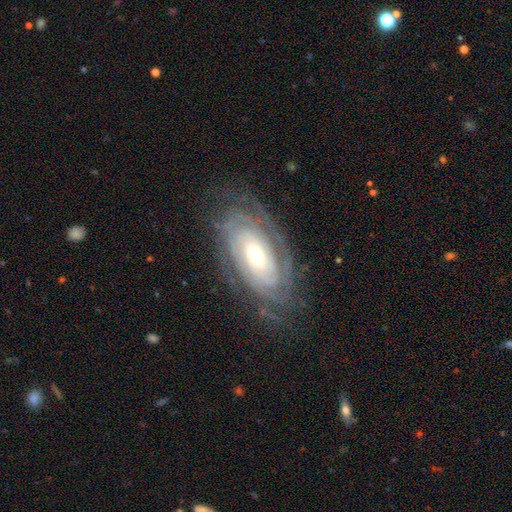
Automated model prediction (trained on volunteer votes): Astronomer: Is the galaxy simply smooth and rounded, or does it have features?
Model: featured or disk — 87%.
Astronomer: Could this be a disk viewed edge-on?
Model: no — 94%.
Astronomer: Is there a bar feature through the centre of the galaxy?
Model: no — 60%.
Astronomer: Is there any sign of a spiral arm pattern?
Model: yes — 96%.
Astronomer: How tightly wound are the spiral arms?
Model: tight — 81%.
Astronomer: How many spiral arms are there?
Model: can't tell — 37% (runner-up: 2, 18%).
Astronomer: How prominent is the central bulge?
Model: moderate — 55% (runner-up: small, 37%).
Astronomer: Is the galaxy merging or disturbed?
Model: none — 77%.